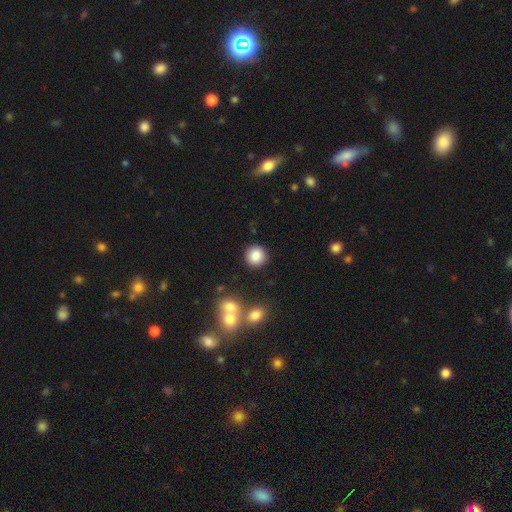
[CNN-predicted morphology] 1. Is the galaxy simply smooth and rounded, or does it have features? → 85% smooth, 9% star or artifact, 6% featured or disk.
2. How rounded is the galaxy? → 92% round, 7% in between, 1% cigar-shaped.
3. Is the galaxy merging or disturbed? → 88% none, 6% minor disturbance, 3% merger, 2% major disturbance.